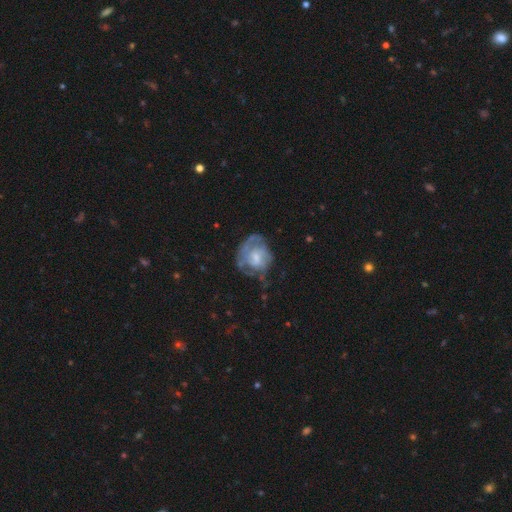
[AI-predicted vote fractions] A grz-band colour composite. It shows a featured or disk galaxy (62%) with no bar (69%), spiral arms (59%) and a small central bulge (45%). Merging: none (43%).